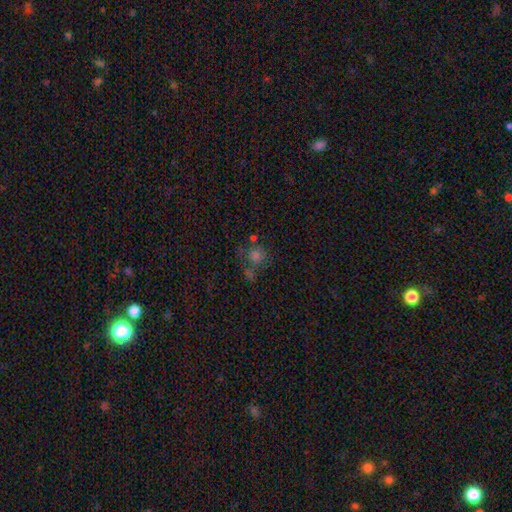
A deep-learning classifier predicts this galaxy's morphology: A smooth galaxy with no disk features (58%) that is round (85%). Merging: none (51%).